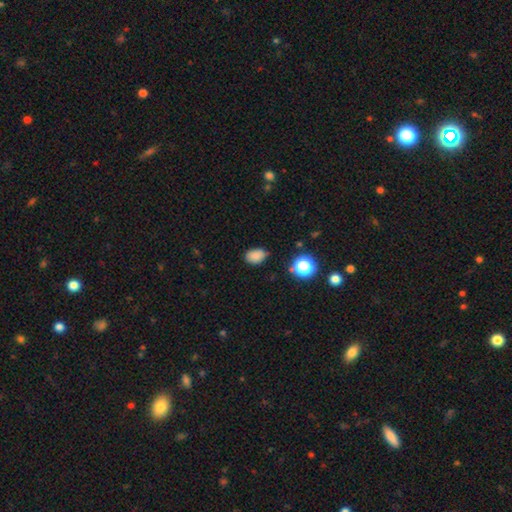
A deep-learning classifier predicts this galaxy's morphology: Q: Smooth or featured?
A: smooth (83%); runner-up: star or artifact (13%)
Q: How rounded?
A: in between (76%); runner-up: round (23%)
Q: Merging?
A: none (75%); runner-up: minor disturbance (19%)